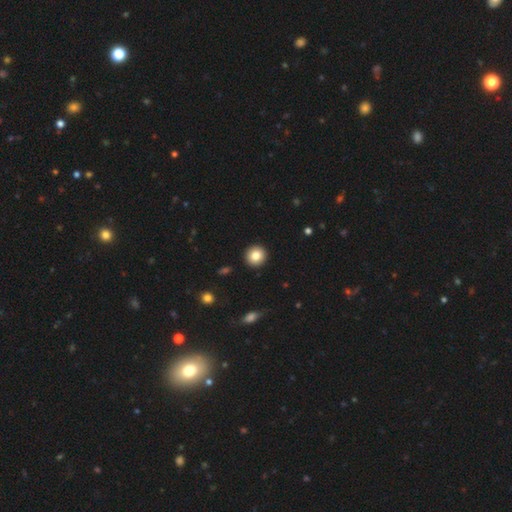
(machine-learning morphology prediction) Smooth or featured? smooth (83%)
How rounded? round (94%)
Merging? none (93%)